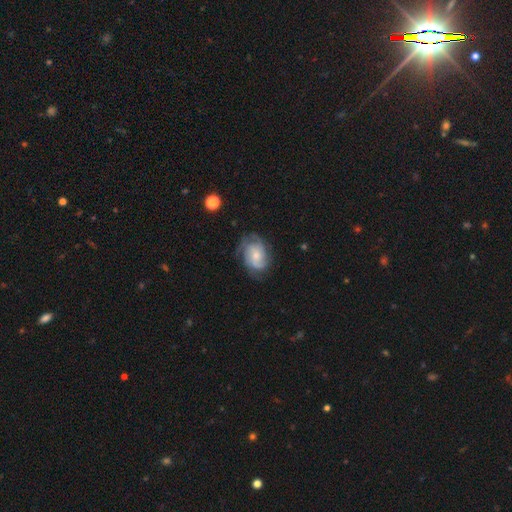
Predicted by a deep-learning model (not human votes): Overall: featured or disk (75%). Edge-on disk: no (97%). Bar: no (69%). Spiral arms: yes (93%). Spiral arm count: 3 (31%; can't tell 28%). Spiral winding: tight (46%; medium 40%). Bulge size: small (52%; moderate 39%). Merging: none (65%).